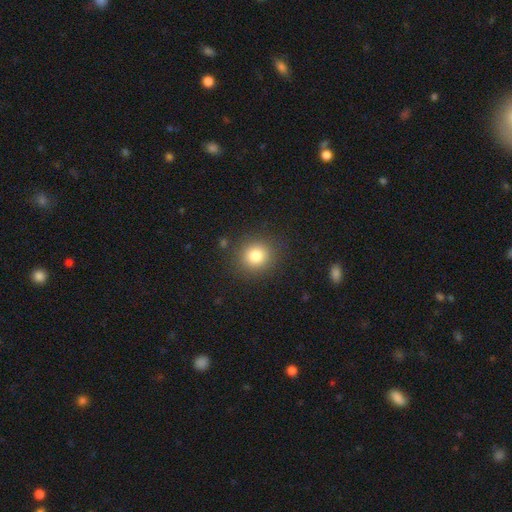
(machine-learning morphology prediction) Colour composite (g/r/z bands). It shows a smooth galaxy with no disk features (82%) that is round (89%). Merging: none (88%).